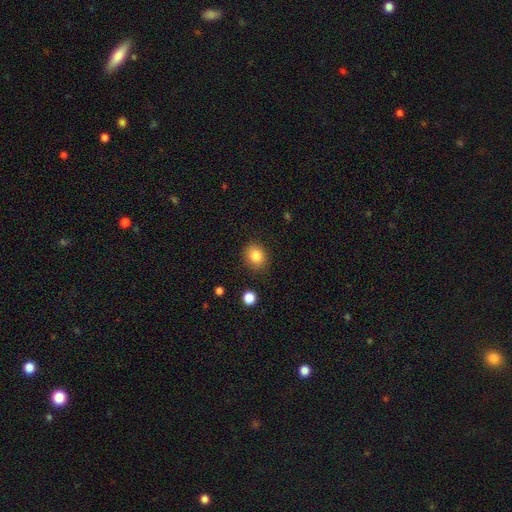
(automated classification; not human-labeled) Smooth or featured? smooth (84%)
How rounded? round (67%)
Merging? none (86%)